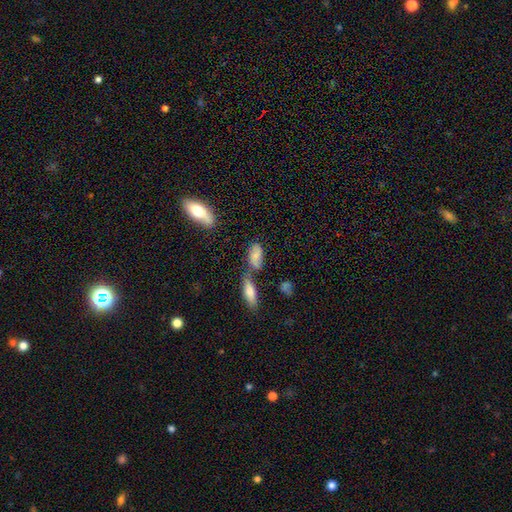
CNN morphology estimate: This appears to be a smooth galaxy with no disk features (68%) that is in between round and cigar-shaped (85%). Merging: none (45%).